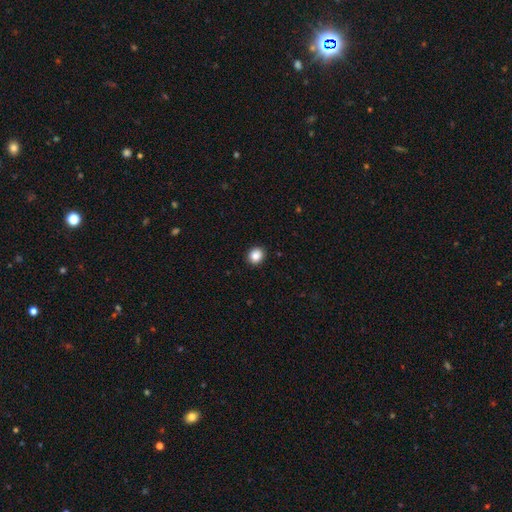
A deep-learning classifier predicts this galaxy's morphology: Smooth or featured: smooth — 87% (star or artifact — 10%)
How rounded: round — 77% (in between — 22%)
Merging: none — 91% (minor disturbance — 6%)